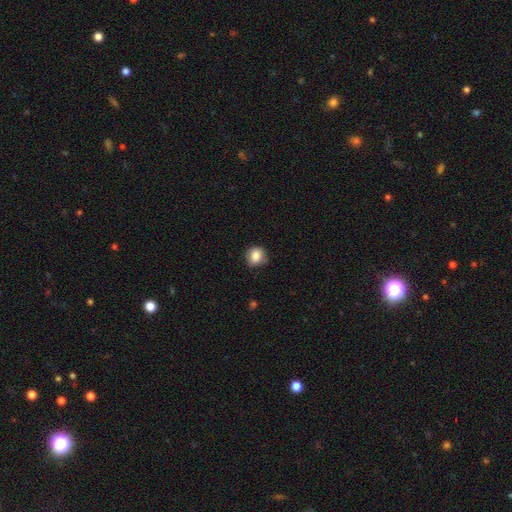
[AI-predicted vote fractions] smooth-or-featured: smooth: 84% | star or artifact: 9% | featured or disk: 6%
  how-rounded: round: 83% | in between: 16% | cigar-shaped: 1%
  merging: none: 73% | minor disturbance: 22% | major disturbance: 4% | merger: 1%